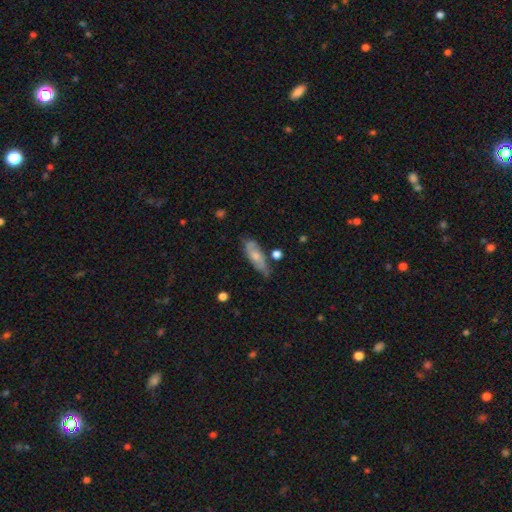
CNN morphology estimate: smooth-or-featured: smooth: 50% | featured or disk: 44% | star or artifact: 7%
  merging: none: 66% | minor disturbance: 24% | major disturbance: 6% | merger: 5%